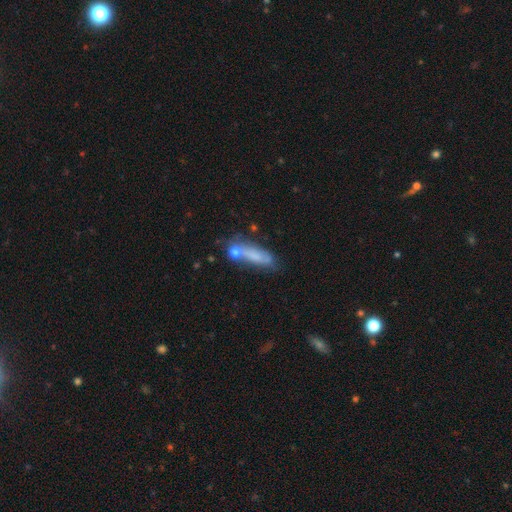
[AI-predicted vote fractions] A smooth galaxy with no disk features (66%) that is cigar-shaped (52%).

Vote fractions:
- Smooth or featured? smooth: 66% / featured or disk: 24% / star or artifact: 9%
- How rounded? cigar-shaped: 52% / in between: 43% / round: 5%
- Merging? none: 44% / merger: 23% / minor disturbance: 21% / major disturbance: 12%